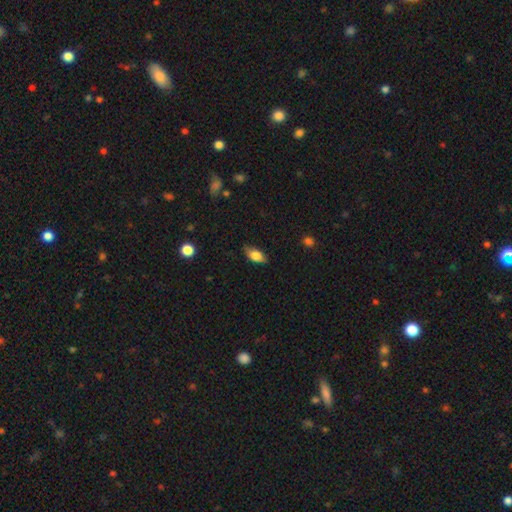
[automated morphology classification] A smooth galaxy with no disk features (76%) that is in between round and cigar-shaped (86%).

Vote fractions:
- Smooth or featured? smooth: 76% / featured or disk: 16% / star or artifact: 7%
- How rounded? in between: 86% / cigar-shaped: 8% / round: 6%
- Merging? none: 77% / minor disturbance: 18% / major disturbance: 3% / merger: 1%